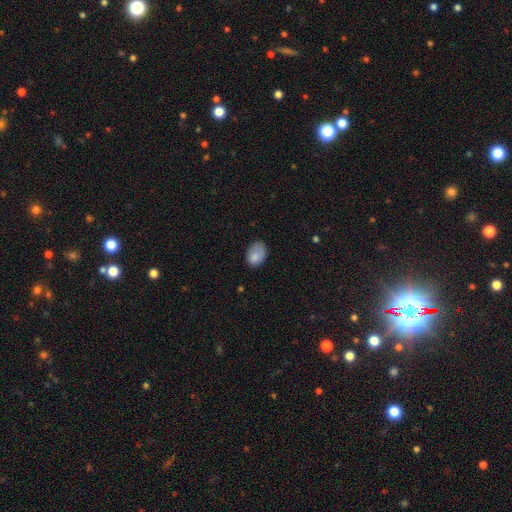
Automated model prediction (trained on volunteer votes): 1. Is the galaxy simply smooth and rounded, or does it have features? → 81% smooth, 11% featured or disk, 8% star or artifact.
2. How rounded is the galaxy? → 78% in between, 21% round, 1% cigar-shaped.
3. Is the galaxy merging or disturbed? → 52% none, 33% minor disturbance, 13% major disturbance, 2% merger.